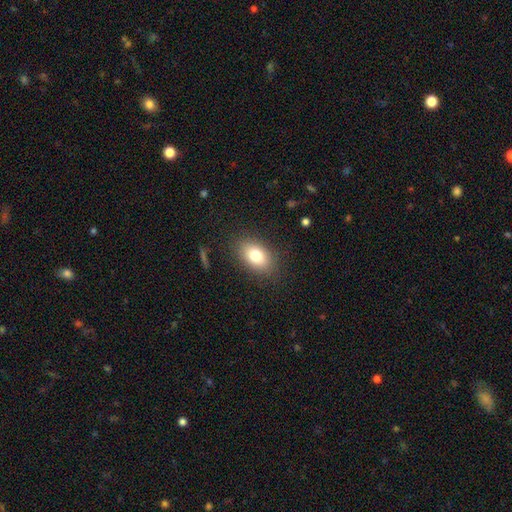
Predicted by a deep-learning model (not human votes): smooth 78%, featured or disk 12%, star or artifact 9%. Down the decision tree: how rounded — in between (85%); merging — none (85%).